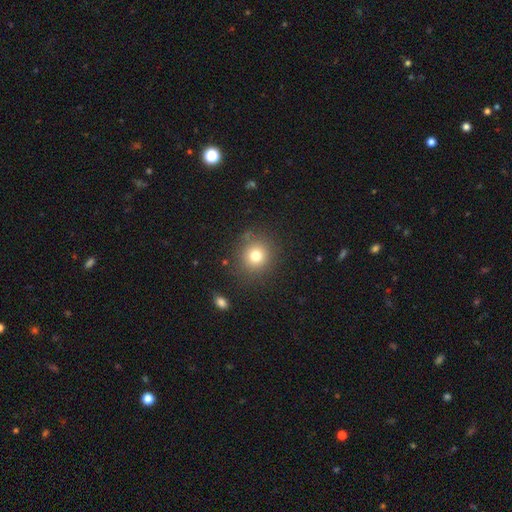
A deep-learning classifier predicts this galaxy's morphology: This appears to be a smooth galaxy with no disk features (77%) that is round (90%). Merging: none (86%).